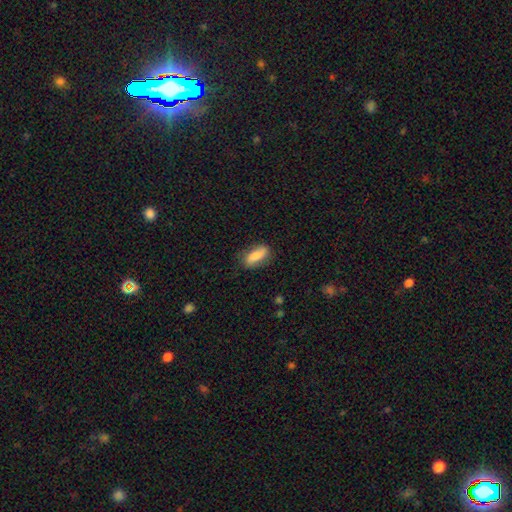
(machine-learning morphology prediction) A smooth galaxy with no disk features (68%) that is in between round and cigar-shaped (70%).

Vote fractions:
- Smooth or featured? smooth: 68% / featured or disk: 25% / star or artifact: 7%
- How rounded? in between: 70% / cigar-shaped: 26% / round: 4%
- Merging? none: 78% / minor disturbance: 17% / major disturbance: 4% / merger: 1%